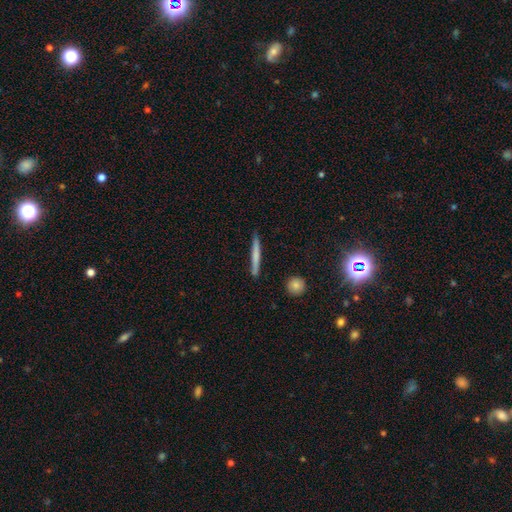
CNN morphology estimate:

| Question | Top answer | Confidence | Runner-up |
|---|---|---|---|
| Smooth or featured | smooth | 63% | featured or disk (32%) |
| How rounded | cigar-shaped | 96% | in between (3%) |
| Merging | none | 88% | minor disturbance (8%) |